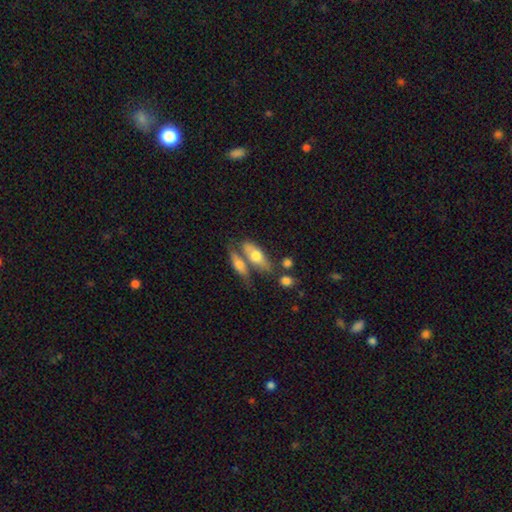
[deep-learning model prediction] Smooth or featured? smooth (59%)
How rounded? in between (66%)
Merging? none (42%)